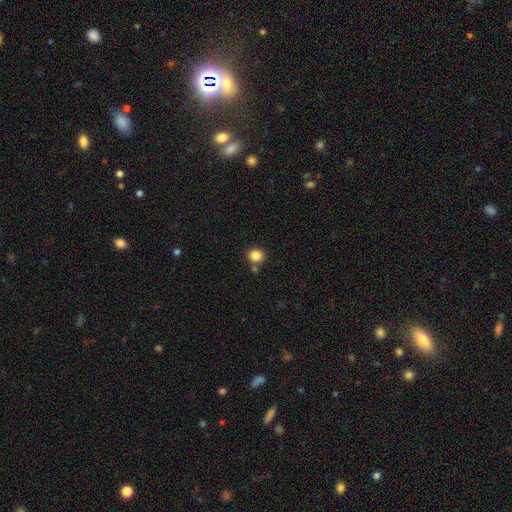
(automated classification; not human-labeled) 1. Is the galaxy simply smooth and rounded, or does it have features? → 84% smooth, 11% star or artifact, 5% featured or disk.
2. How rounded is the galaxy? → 88% round, 12% in between, 1% cigar-shaped.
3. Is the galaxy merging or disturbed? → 77% none, 12% merger, 9% minor disturbance, 3% major disturbance.